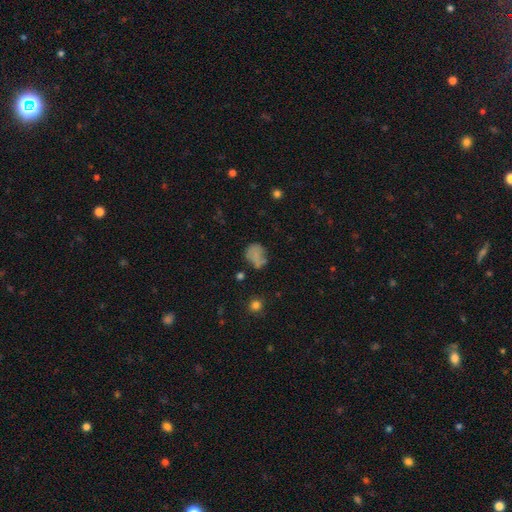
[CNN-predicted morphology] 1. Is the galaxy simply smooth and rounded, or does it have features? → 69% smooth, 18% featured or disk, 14% star or artifact.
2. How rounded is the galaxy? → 55% round, 44% in between, 1% cigar-shaped.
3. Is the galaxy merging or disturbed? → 50% none, 27% minor disturbance, 16% major disturbance, 7% merger.